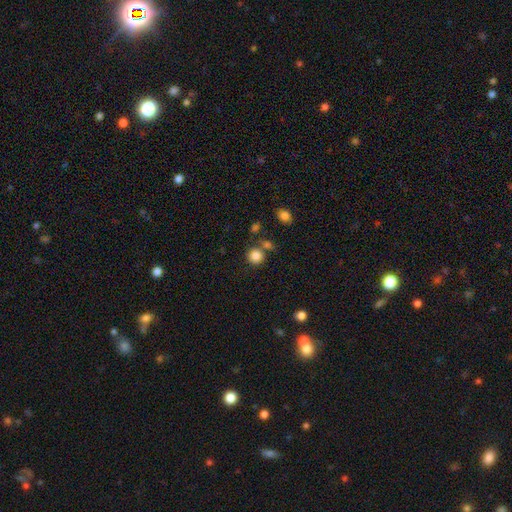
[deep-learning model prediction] Smooth or featured?
  - smooth: 85% *
  - star or artifact: 10%
  - featured or disk: 5%
How rounded?
  - round: 90% *
  - in between: 9%
  - cigar-shaped: 1%
Merging?
  - none: 73% *
  - merger: 13%
  - minor disturbance: 9%
  - major disturbance: 4%